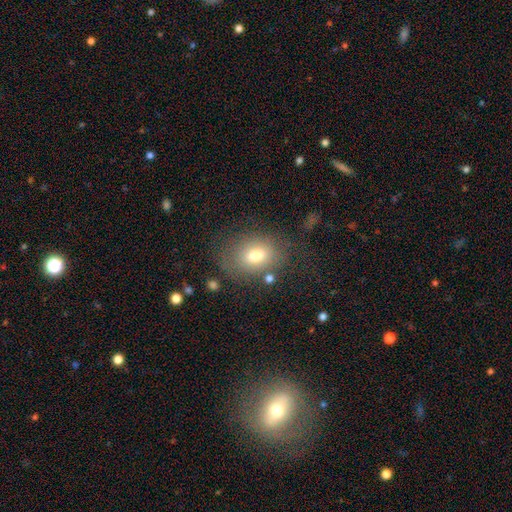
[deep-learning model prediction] This appears to be a smooth galaxy with no disk features (72%) that is in between round and cigar-shaped (67%). Merging: none (68%).